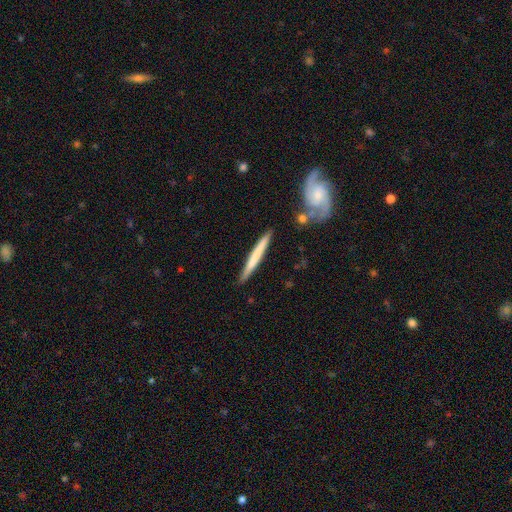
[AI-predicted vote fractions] Q: Smooth or featured?
A: smooth (53%); runner-up: featured or disk (42%)
Q: How rounded?
A: cigar-shaped (96%); runner-up: in between (2%)
Q: Merging?
A: none (85%); runner-up: minor disturbance (9%)